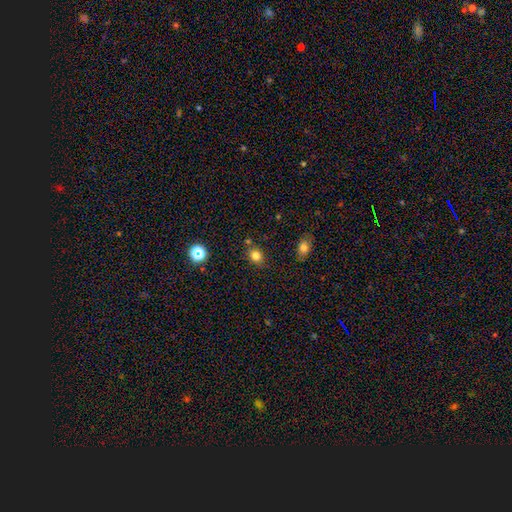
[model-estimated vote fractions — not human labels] Smooth or featured: smooth — 79% (star or artifact — 14%)
How rounded: round — 69% (in between — 30%)
Merging: none — 81% (minor disturbance — 11%)